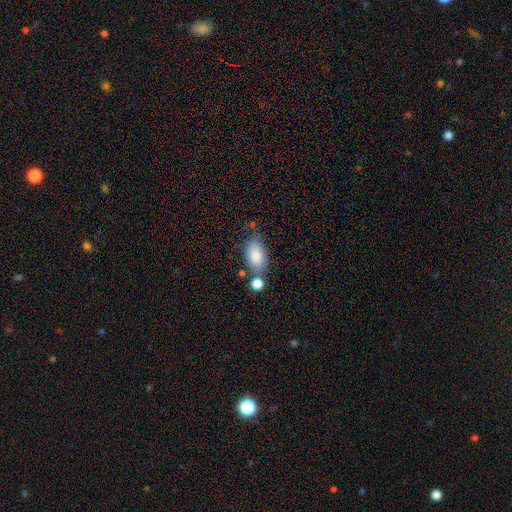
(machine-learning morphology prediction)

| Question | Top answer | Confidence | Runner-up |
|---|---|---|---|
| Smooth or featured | smooth | 81% | featured or disk (12%) |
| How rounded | in between | 91% | round (6%) |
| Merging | none | 57% | minor disturbance (19%) |